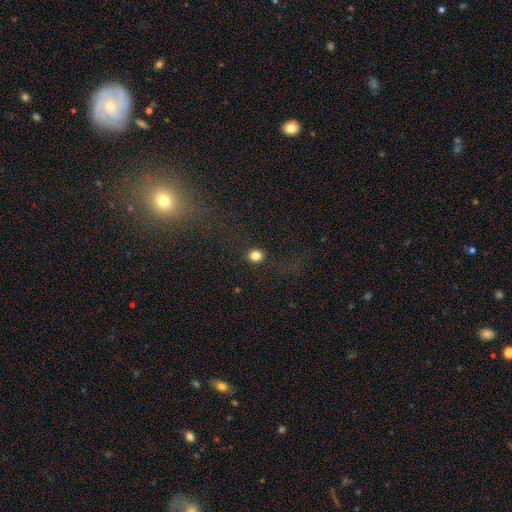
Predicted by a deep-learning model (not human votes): This appears to be a smooth galaxy with no disk features (82%) that is round (83%). Merging: none (89%).